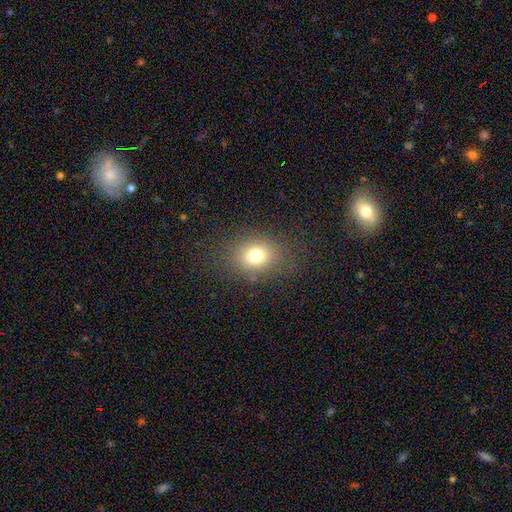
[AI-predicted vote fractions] smooth 74%, star or artifact 15%, featured or disk 11%. Down the decision tree: how rounded — round (54%); merging — none (81%).